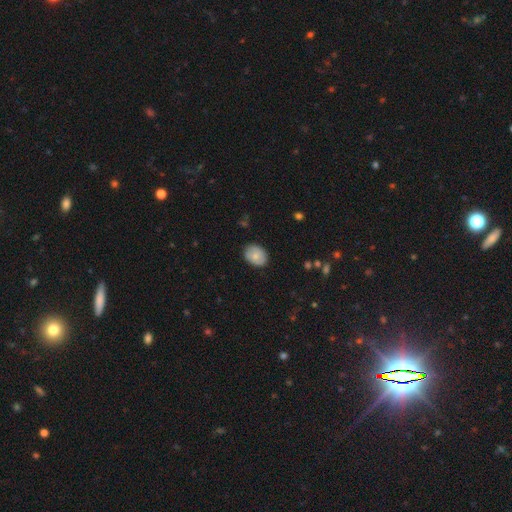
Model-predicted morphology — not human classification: Smooth or featured? smooth (73%)
How rounded? in between (68%)
Merging? none (83%)